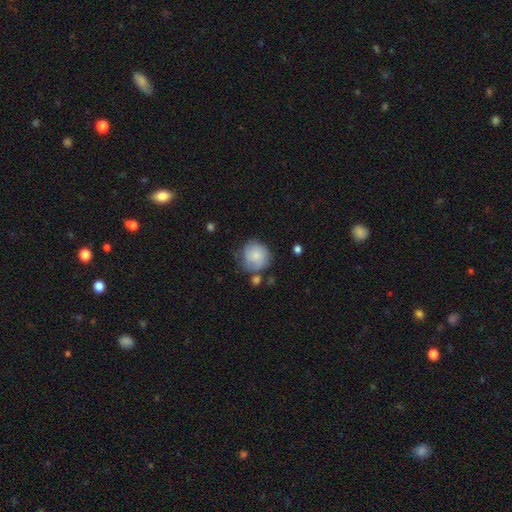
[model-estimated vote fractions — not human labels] The model was most divided on "merging": none: 61%, minor disturbance: 23%, major disturbance: 8%, merger: 7%. More confident: how rounded — round (89%); smooth or featured — smooth (76%).